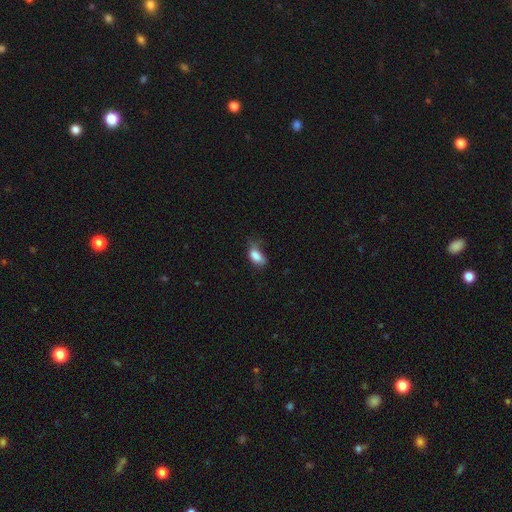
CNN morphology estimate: smooth_or_featured: smooth (p=0.82) [alt: featured or disk p=0.09]
how_rounded: in between (p=0.88) [alt: cigar-shaped p=0.06]
merging: none (p=0.40) [alt: minor disturbance p=0.37]